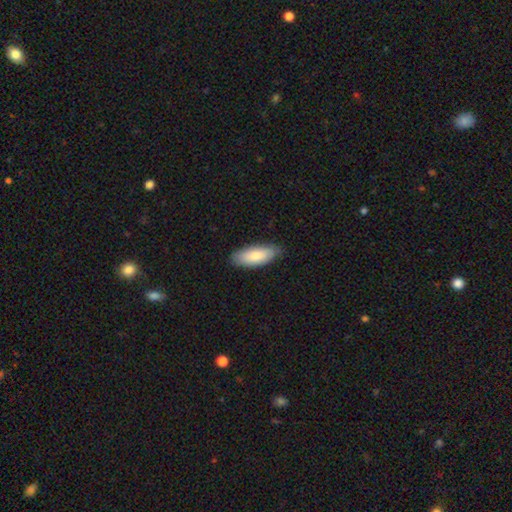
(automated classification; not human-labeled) Smooth or featured?
  - smooth: 82% *
  - featured or disk: 13%
  - star or artifact: 5%
How rounded?
  - in between: 79% *
  - cigar-shaped: 19%
  - round: 2%
Merging?
  - none: 82% *
  - minor disturbance: 14%
  - major disturbance: 2%
  - merger: 1%